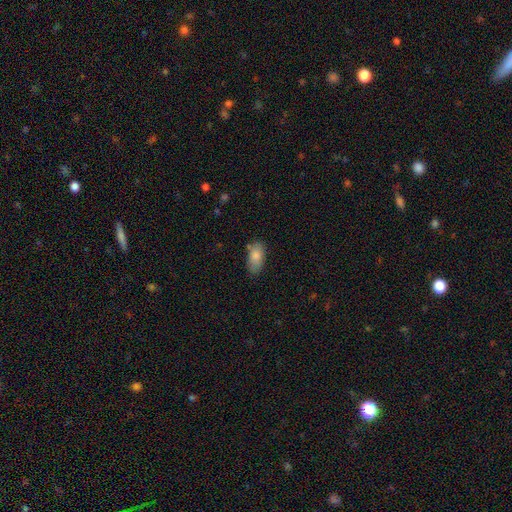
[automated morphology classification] Smooth or featured? smooth (83%)
How rounded? in between (91%)
Merging? none (68%)